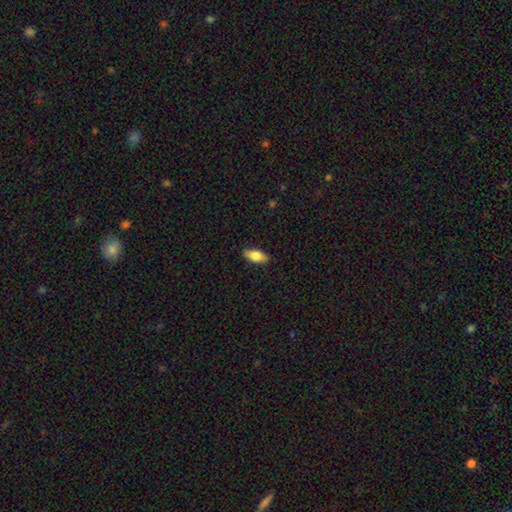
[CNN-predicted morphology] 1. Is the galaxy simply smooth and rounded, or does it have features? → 79% smooth, 14% featured or disk, 7% star or artifact.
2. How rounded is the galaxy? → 86% in between, 11% cigar-shaped, 3% round.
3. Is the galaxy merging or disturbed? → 87% none, 10% minor disturbance, 2% major disturbance, 1% merger.